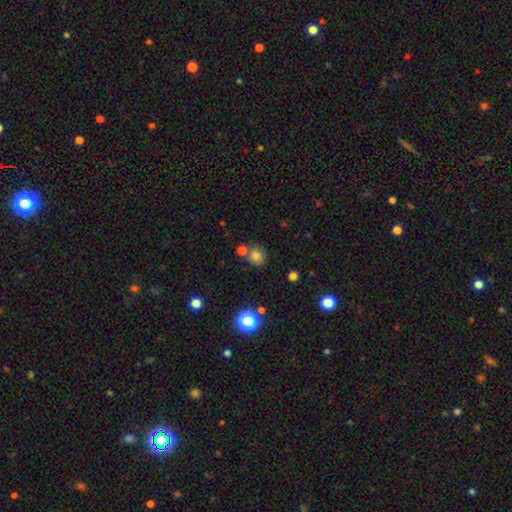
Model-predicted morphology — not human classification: This appears to be a smooth galaxy with no disk features (77%) that is round (77%). Merging: none (69%).